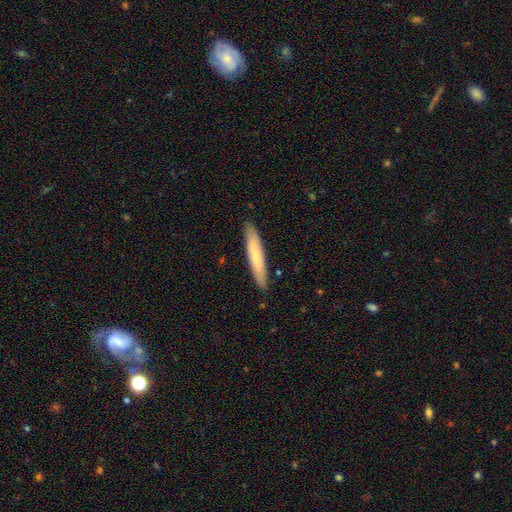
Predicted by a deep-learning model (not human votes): smooth 67%, featured or disk 28%, star or artifact 5%. Down the decision tree: how rounded — cigar-shaped (92%); merging — none (90%).